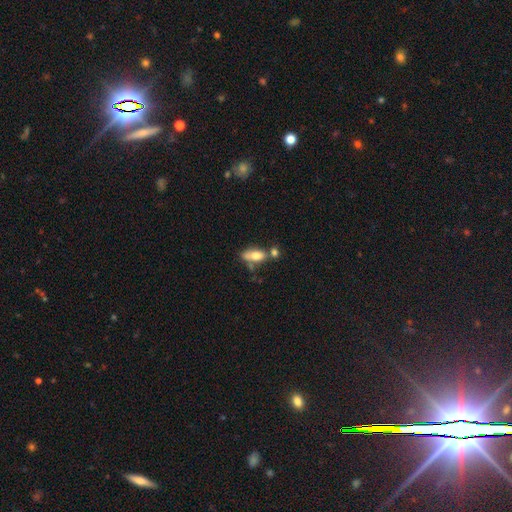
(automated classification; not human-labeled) A smooth galaxy with no disk features (71%) that is in between round and cigar-shaped (80%).

Vote fractions:
- Smooth or featured? smooth: 71% / featured or disk: 21% / star or artifact: 8%
- How rounded? in between: 80% / cigar-shaped: 15% / round: 5%
- Merging? none: 41% / merger: 32% / minor disturbance: 18% / major disturbance: 9%